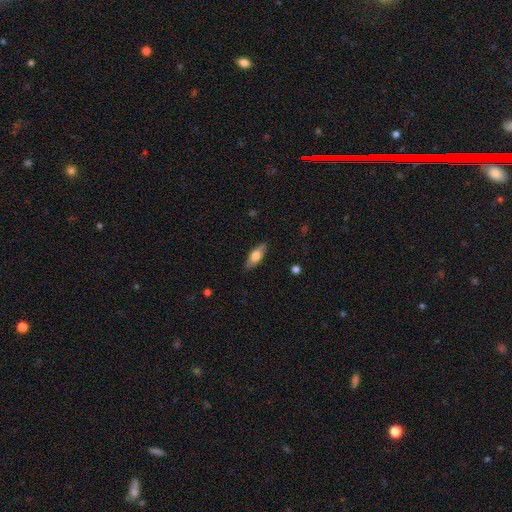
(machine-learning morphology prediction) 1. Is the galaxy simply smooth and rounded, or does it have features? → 64% smooth, 30% featured or disk, 6% star or artifact.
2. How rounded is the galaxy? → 69% in between, 28% cigar-shaped, 3% round.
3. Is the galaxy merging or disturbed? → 86% none, 11% minor disturbance, 2% major disturbance, 1% merger.